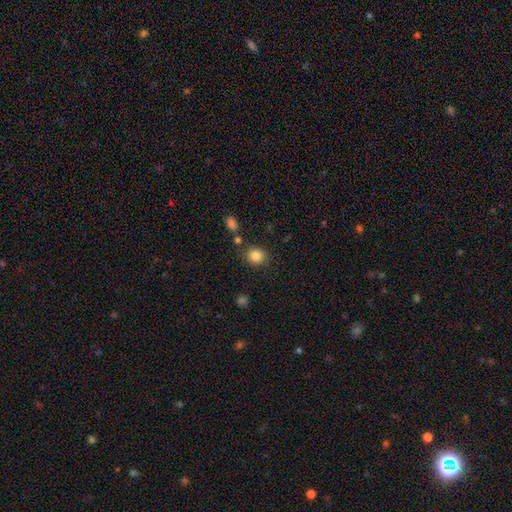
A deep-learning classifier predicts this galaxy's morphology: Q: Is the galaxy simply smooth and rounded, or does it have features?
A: smooth — 85%.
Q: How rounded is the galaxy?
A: round — 76%.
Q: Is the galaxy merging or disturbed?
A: none — 80%.